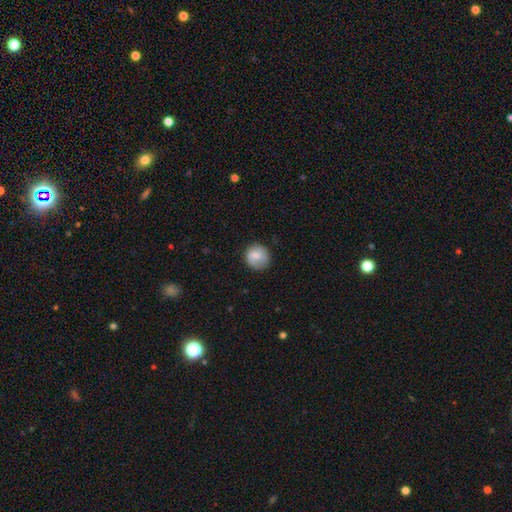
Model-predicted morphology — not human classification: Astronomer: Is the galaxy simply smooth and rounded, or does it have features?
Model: smooth — 79%.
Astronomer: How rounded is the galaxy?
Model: round — 86%.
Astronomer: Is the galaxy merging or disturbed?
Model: none — 77%.